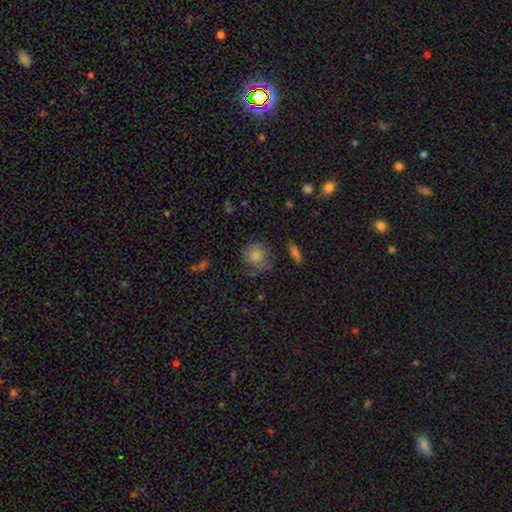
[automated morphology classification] smooth 71%, featured or disk 14%, star or artifact 14%. Down the decision tree: how rounded — round (81%); merging — none (65%).